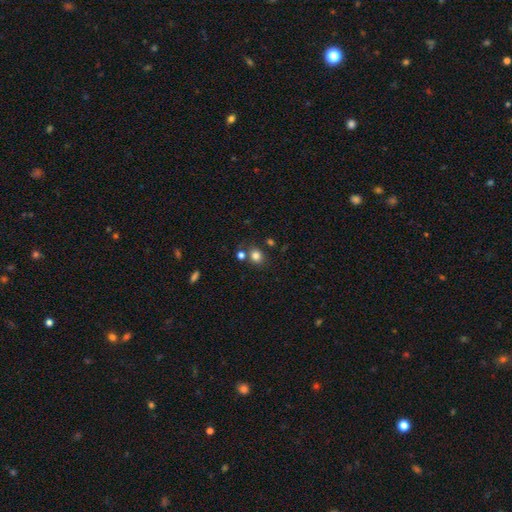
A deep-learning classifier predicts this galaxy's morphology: Overall: smooth (81%). How rounded: round (66%; in between 33%). Merging: none (71%).